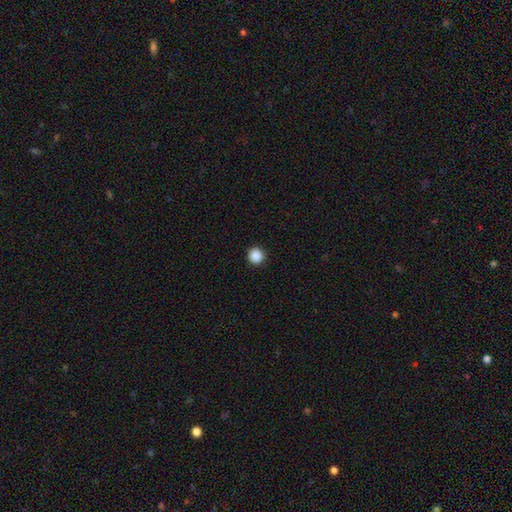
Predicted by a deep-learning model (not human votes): Smooth or featured? smooth (88%)
How rounded? round (96%)
Merging? none (93%)